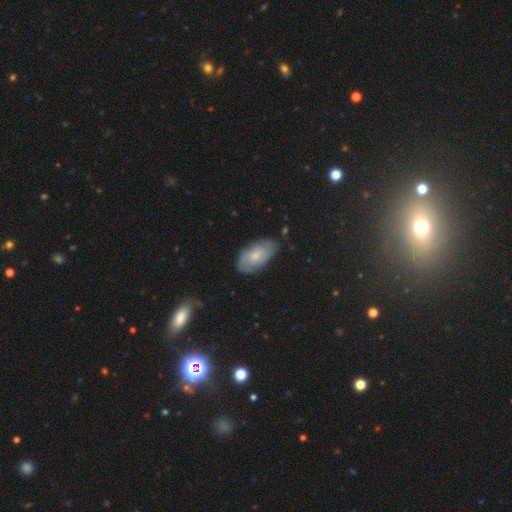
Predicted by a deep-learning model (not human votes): The model was most divided on "smooth or featured": smooth: 54%, featured or disk: 40%, star or artifact: 7%. More confident: how rounded — in between (93%); merging — none (72%).